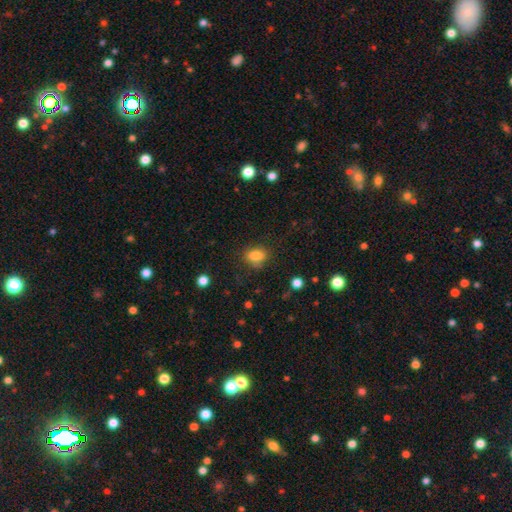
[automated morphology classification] Q: Smooth or featured?
A: smooth (82%); runner-up: star or artifact (11%)
Q: How rounded?
A: in between (73%); runner-up: round (24%)
Q: Merging?
A: none (74%); runner-up: minor disturbance (18%)